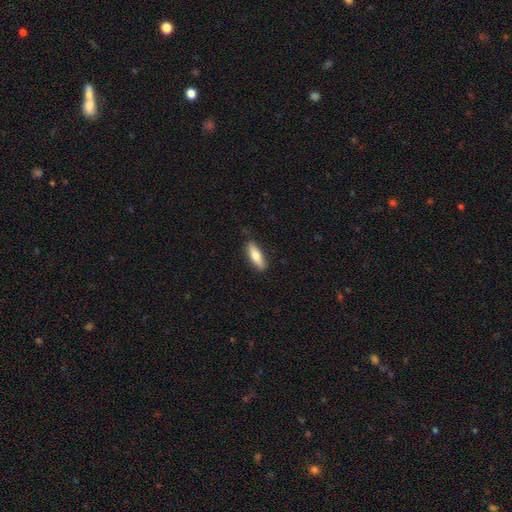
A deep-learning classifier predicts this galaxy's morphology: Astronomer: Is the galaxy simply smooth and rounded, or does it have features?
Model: smooth — 75%.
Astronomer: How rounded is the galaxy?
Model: in between — 59% (runner-up: cigar-shaped, 38%).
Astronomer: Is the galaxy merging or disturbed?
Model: none — 85%.